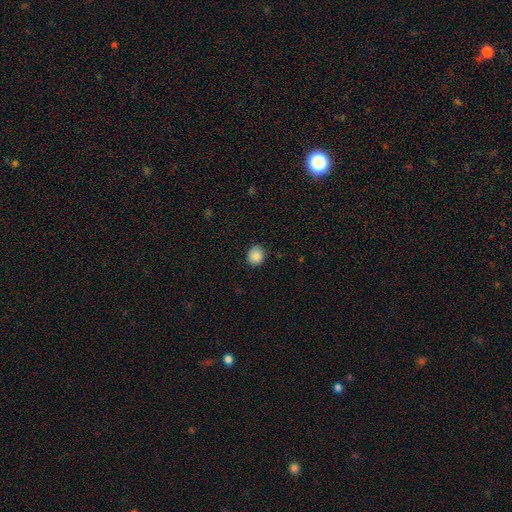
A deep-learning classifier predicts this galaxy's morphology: This is clearly a smooth galaxy (87%). How rounded: likely round (76%). Merging: clearly none (83%).